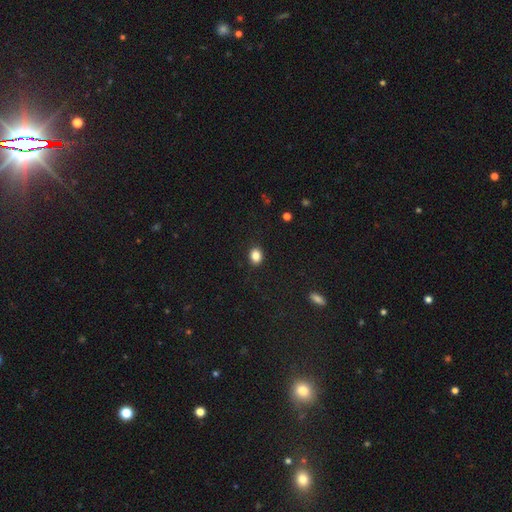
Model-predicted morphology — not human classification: Q: Smooth or featured?
A: smooth (86%); runner-up: star or artifact (10%)
Q: How rounded?
A: in between (51%); runner-up: round (48%)
Q: Merging?
A: none (89%); runner-up: minor disturbance (8%)